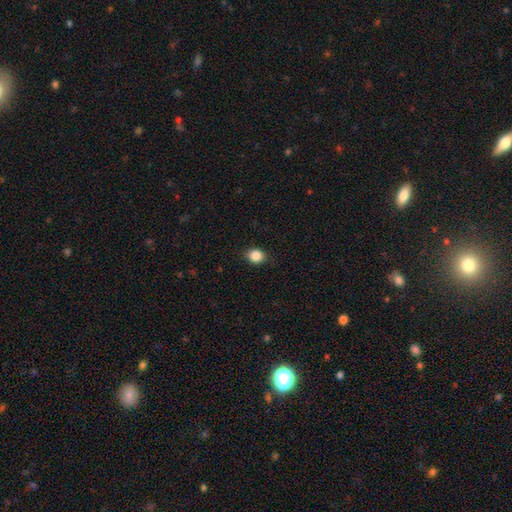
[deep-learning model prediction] smooth-or-featured: smooth: 87% | star or artifact: 10% | featured or disk: 4%
  how-rounded: round: 63% | in between: 36% | cigar-shaped: 1%
  merging: none: 87% | minor disturbance: 10% | major disturbance: 2% | merger: 1%